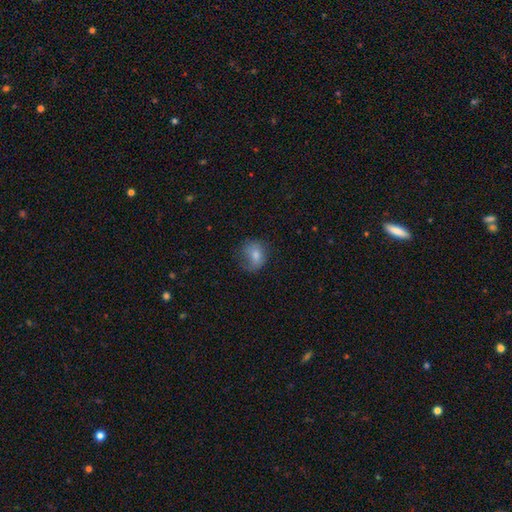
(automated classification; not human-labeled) Smooth or featured? smooth (65%)
How rounded? round (56%)
Merging? none (52%)